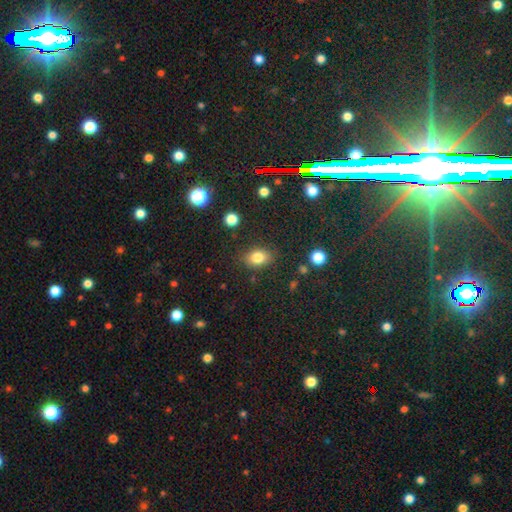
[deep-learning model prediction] This is clearly a smooth galaxy (82%). How rounded: likely in between (71%). Merging: clearly none (83%).